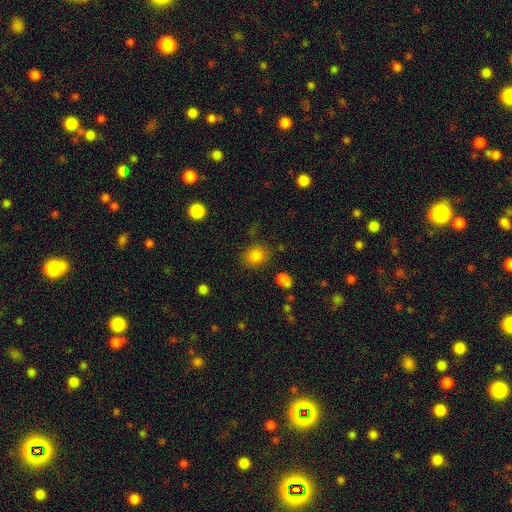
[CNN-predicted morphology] The model was most divided on "how rounded": round: 64%, in between: 35%, cigar-shaped: 1%. More confident: smooth or featured — smooth (82%); merging — none (82%).